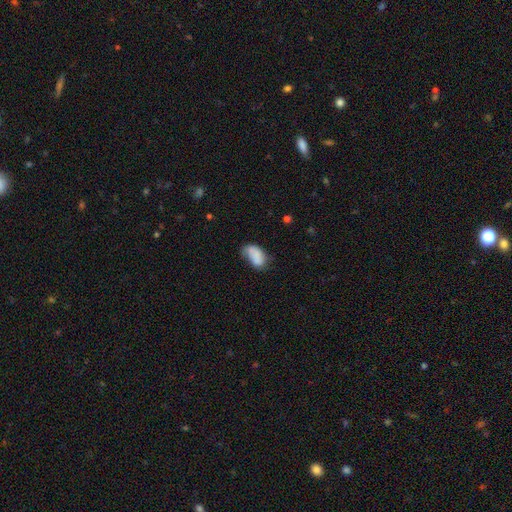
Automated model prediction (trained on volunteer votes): A smooth galaxy with no disk features (76%) that is in between round and cigar-shaped (92%).

Vote fractions:
- Smooth or featured? smooth: 76% / featured or disk: 16% / star or artifact: 8%
- How rounded? in between: 92% / round: 6% / cigar-shaped: 2%
- Merging? none: 37% / minor disturbance: 36% / major disturbance: 20% / merger: 7%